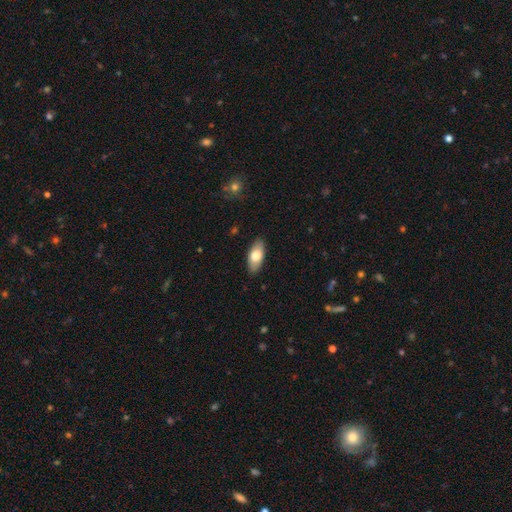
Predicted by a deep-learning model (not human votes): Smooth or featured? smooth (76%)
How rounded? in between (88%)
Merging? none (87%)